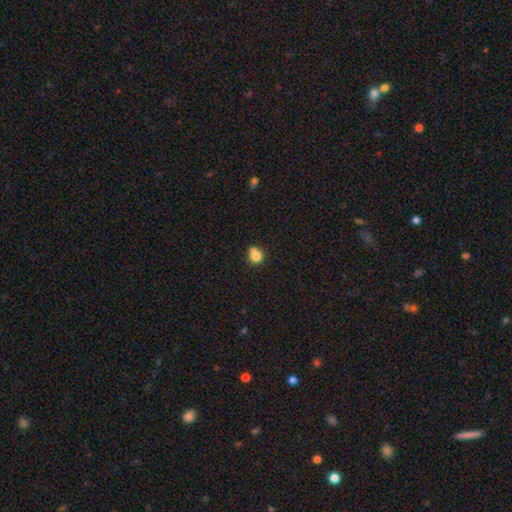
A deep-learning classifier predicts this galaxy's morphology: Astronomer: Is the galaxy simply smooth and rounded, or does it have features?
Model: smooth — 78%.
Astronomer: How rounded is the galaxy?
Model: round — 80%.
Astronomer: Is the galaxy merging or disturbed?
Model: none — 45% (runner-up: merger, 39%).